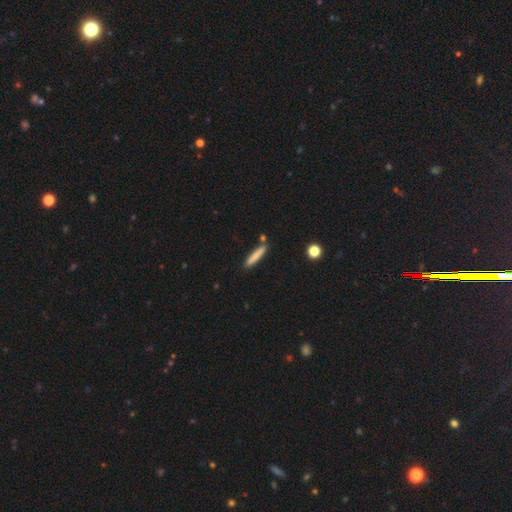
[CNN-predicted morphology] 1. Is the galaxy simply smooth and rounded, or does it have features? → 77% smooth, 16% featured or disk, 7% star or artifact.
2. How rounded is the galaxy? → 92% cigar-shaped, 6% in between, 1% round.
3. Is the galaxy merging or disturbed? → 82% none, 10% minor disturbance, 6% merger, 2% major disturbance.